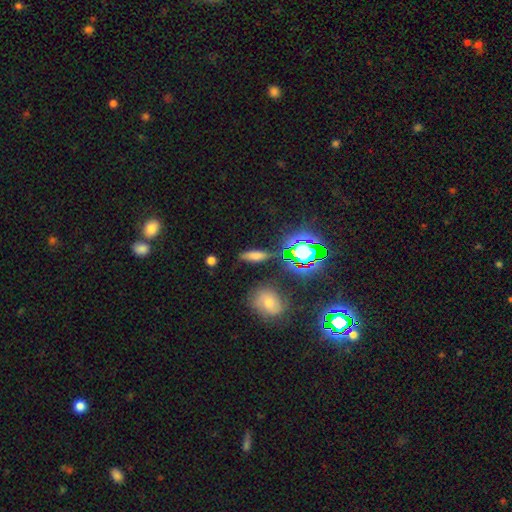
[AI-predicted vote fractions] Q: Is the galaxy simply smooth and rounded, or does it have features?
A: smooth — 61%.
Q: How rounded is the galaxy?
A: in between — 48%.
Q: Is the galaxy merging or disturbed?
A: none — 78%.